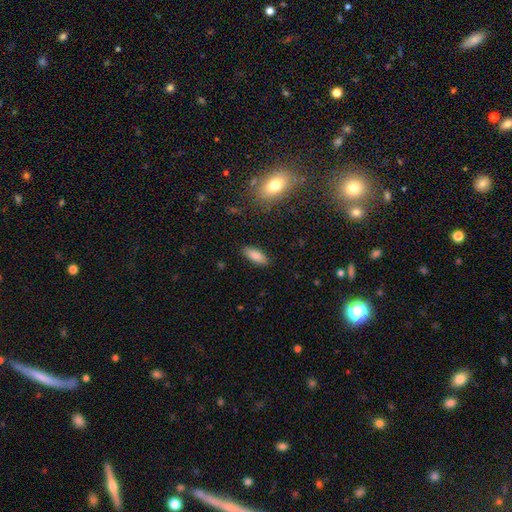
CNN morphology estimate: Smooth or featured: smooth — 84% (featured or disk — 9%)
How rounded: in between — 79% (cigar-shaped — 19%)
Merging: none — 87% (minor disturbance — 9%)